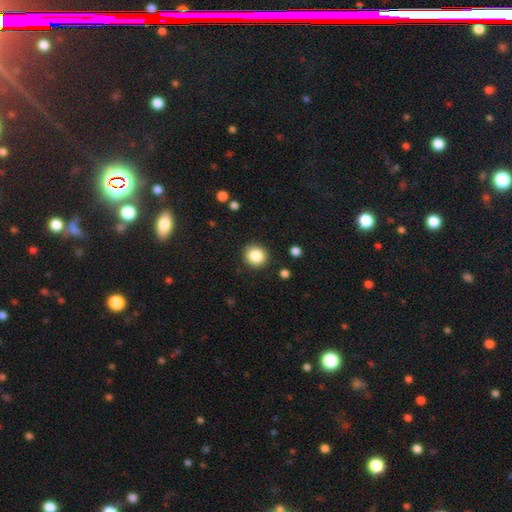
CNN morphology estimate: Smooth or featured? smooth (85%)
How rounded? round (90%)
Merging? none (89%)